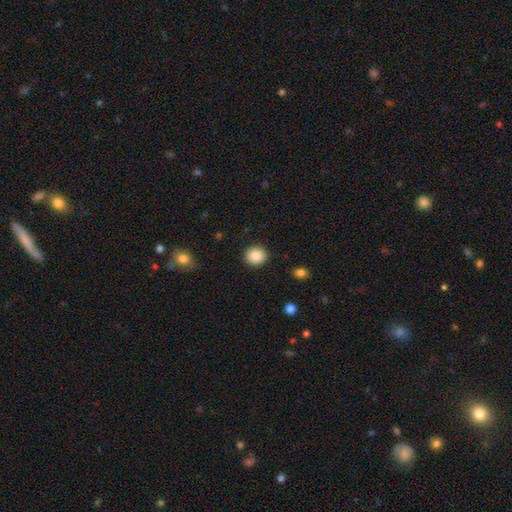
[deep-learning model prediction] A smooth galaxy with no disk features (86%) that is round (84%).

Vote fractions:
- Smooth or featured? smooth: 86% / star or artifact: 9% / featured or disk: 6%
- How rounded? round: 84% / in between: 15% / cigar-shaped: 1%
- Merging? none: 91% / minor disturbance: 6% / major disturbance: 2% / merger: 1%